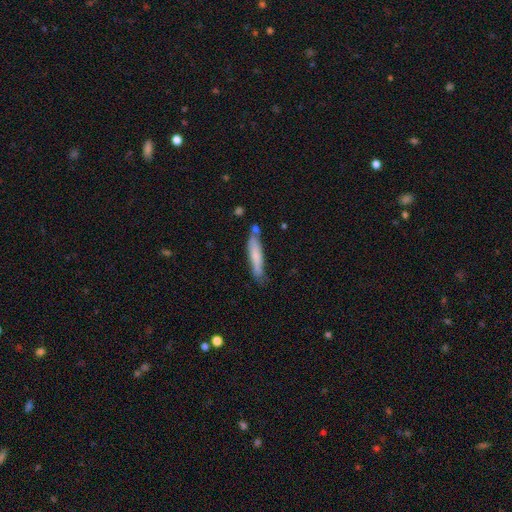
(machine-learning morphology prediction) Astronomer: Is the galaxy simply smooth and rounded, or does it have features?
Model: smooth — 71%.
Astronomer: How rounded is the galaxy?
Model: cigar-shaped — 88%.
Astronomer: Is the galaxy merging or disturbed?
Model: none — 67%.